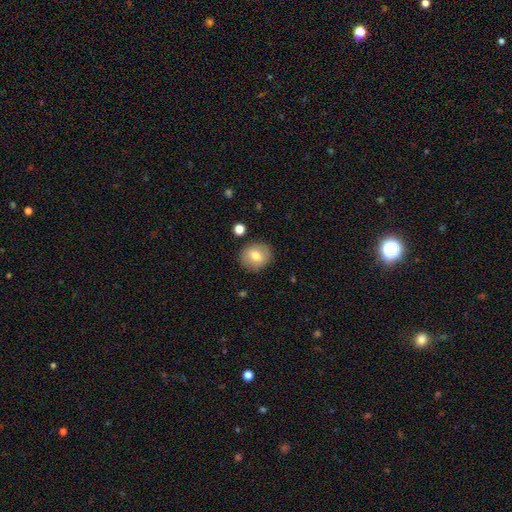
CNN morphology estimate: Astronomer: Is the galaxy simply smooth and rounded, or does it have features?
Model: smooth — 72%.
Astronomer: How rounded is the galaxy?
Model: round — 82%.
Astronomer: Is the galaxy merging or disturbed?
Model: none — 86%.